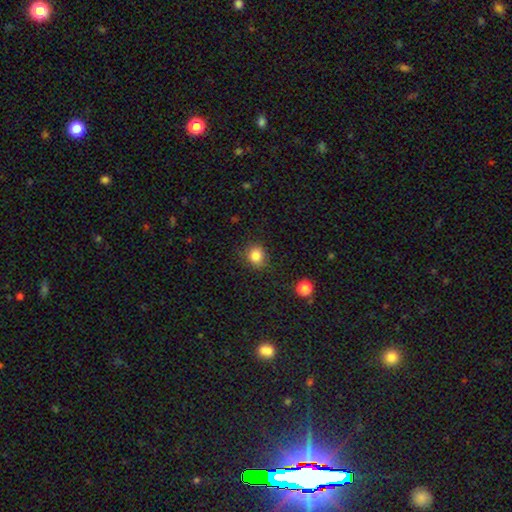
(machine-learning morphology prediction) smooth-or-featured: smooth: 83% | star or artifact: 11% | featured or disk: 5%
  how-rounded: round: 76% | in between: 23% | cigar-shaped: 1%
  merging: none: 82% | minor disturbance: 13% | major disturbance: 3% | merger: 1%